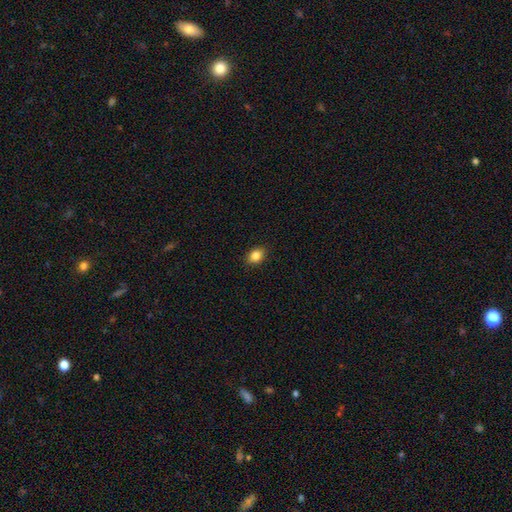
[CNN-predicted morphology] Overall: smooth (85%). How rounded: in between (68%; round 31%). Merging: none (89%).